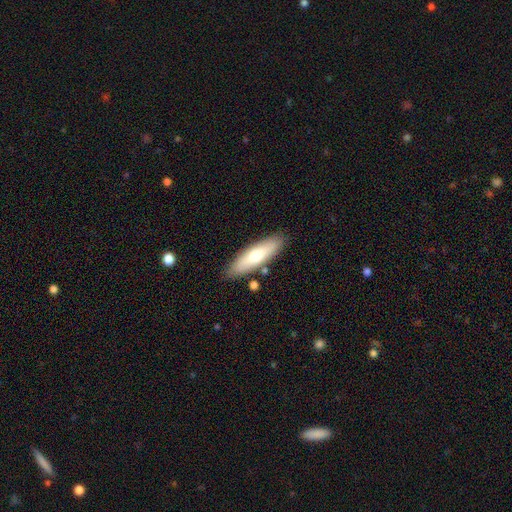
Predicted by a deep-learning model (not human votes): Smooth or featured: smooth — 67% (featured or disk — 27%)
How rounded: cigar-shaped — 55% (in between — 43%)
Merging: none — 84% (minor disturbance — 10%)